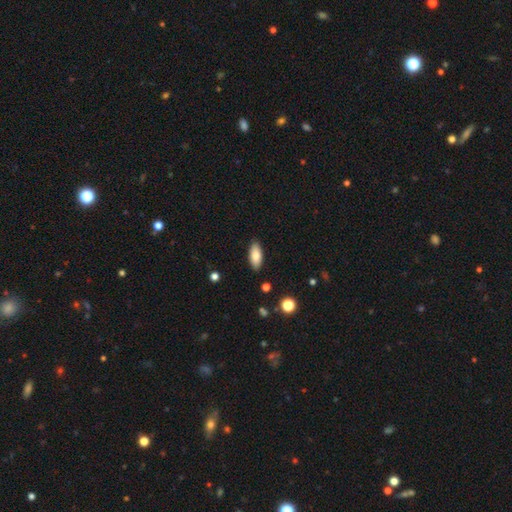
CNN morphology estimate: This is clearly a smooth galaxy (82%). How rounded: clearly in between (85%). Merging: clearly none (88%).